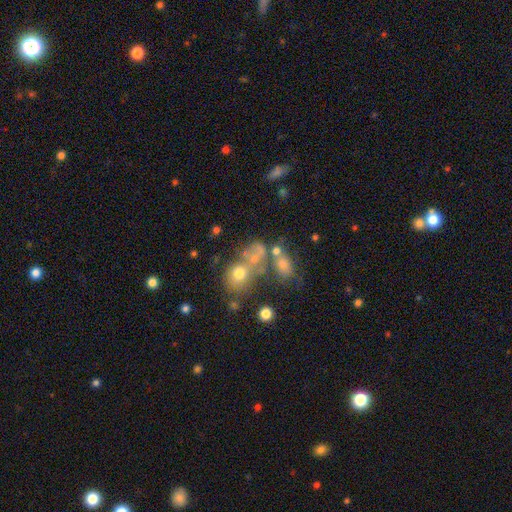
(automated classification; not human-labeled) Q: Smooth or featured?
A: smooth (56%); runner-up: featured or disk (24%)
Q: How rounded?
A: in between (50%); runner-up: round (48%)
Q: Merging?
A: merger (47%); runner-up: none (28%)